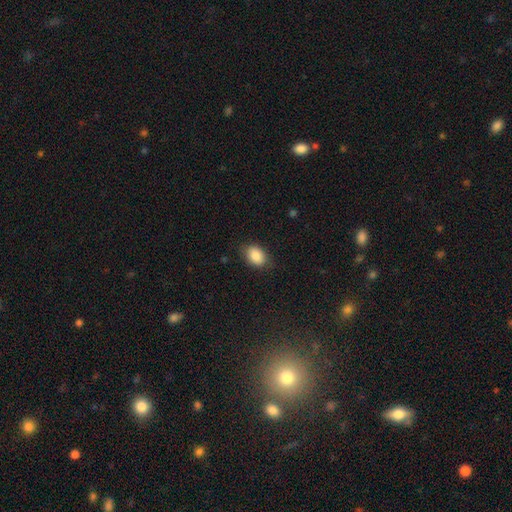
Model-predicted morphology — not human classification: Q: Smooth or featured?
A: smooth (87%); runner-up: star or artifact (8%)
Q: How rounded?
A: in between (77%); runner-up: round (22%)
Q: Merging?
A: none (80%); runner-up: minor disturbance (15%)